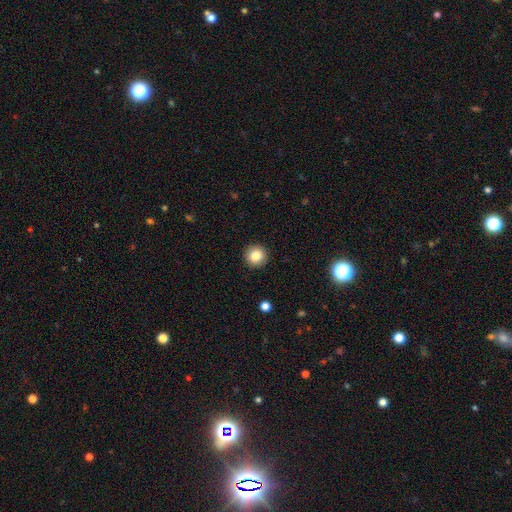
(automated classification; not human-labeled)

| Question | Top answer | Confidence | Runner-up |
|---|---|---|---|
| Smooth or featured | smooth | 84% | star or artifact (10%) |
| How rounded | round | 95% | in between (4%) |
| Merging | none | 93% | minor disturbance (5%) |